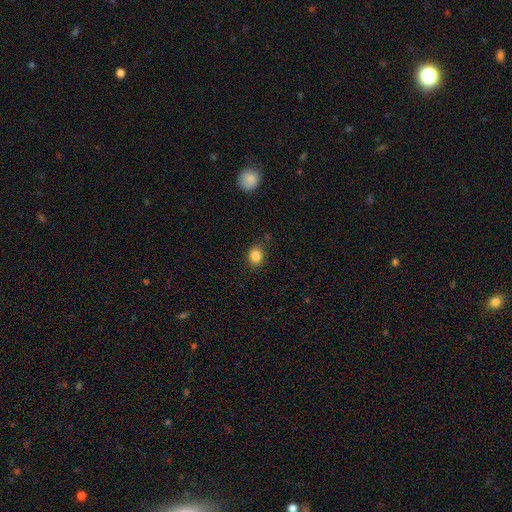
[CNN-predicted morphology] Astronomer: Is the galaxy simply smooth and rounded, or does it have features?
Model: smooth — 85%.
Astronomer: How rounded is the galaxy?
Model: round — 57% (runner-up: in between, 42%).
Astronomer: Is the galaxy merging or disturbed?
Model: none — 83%.